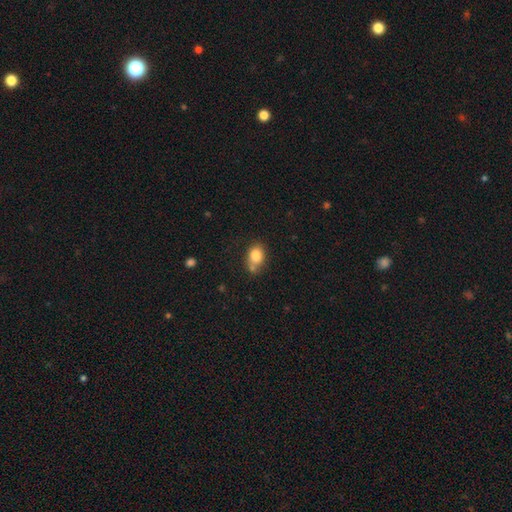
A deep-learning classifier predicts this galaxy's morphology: This appears to be a smooth galaxy with no disk features (82%) that is in between round and cigar-shaped (64%). Merging: none (56%).